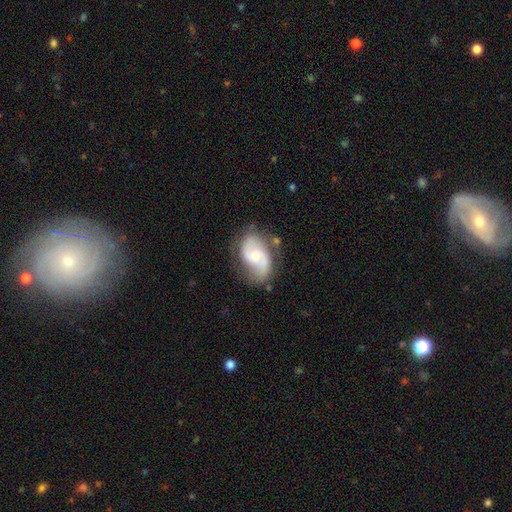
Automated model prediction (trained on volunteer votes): Smooth or featured?
  - featured or disk: 75% *
  - smooth: 19%
  - star or artifact: 6%
Edge-on disk?
  - no: 97% *
  - yes: 3%
Bar?
  - no: 53% *
  - weak: 39%
  - strong: 8%
Spiral arms?
  - yes: 92% *
  - no: 8%
Spiral winding?
  - medium: 45% *
  - loose: 38%
  - tight: 17%
Spiral arm count?
  - 2: 87% *
  - can't tell: 7%
  - 1: 3%
  - 3: 2%
  - 4: 1%
  - more than 4: 1%
Bulge size?
  - small: 50% *
  - moderate: 45%
  - large: 2%
  - none: 2%
  - dominant: 1%
Merging?
  - none: 66% *
  - minor disturbance: 21%
  - major disturbance: 9%
  - merger: 4%